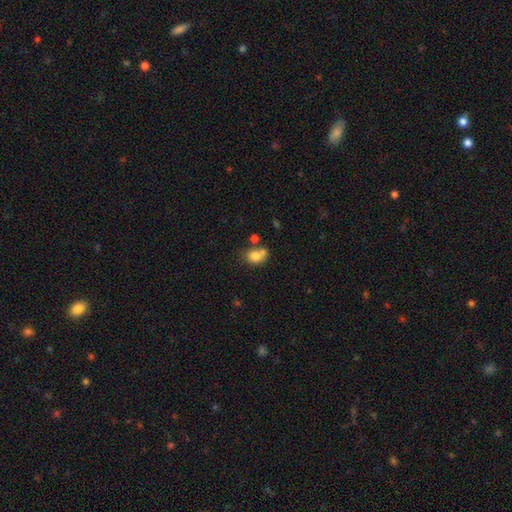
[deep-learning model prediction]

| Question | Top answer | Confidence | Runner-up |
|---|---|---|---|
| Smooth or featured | smooth | 78% | featured or disk (12%) |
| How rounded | round | 53% | in between (46%) |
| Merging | none | 42% | merger (36%) |